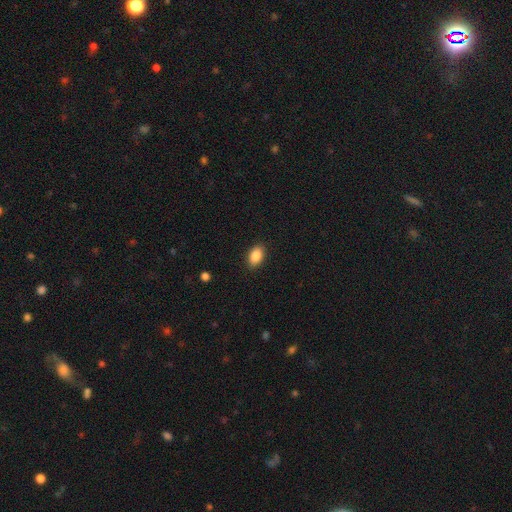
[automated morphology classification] The model was most divided on "smooth or featured": smooth: 88%, star or artifact: 8%, featured or disk: 4%. More confident: how rounded — in between (90%); merging — none (89%).